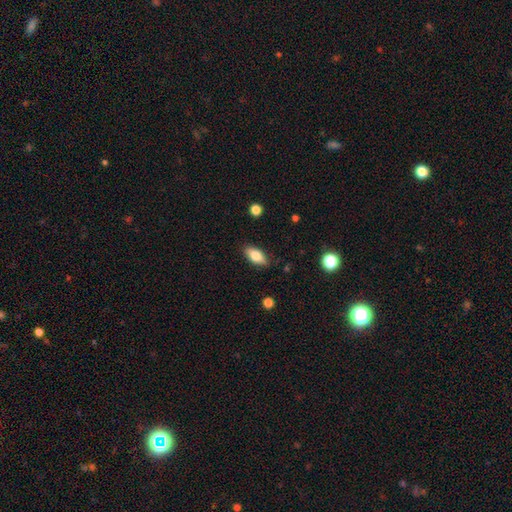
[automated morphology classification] This is likely a smooth galaxy (78%). How rounded: clearly in between (86%). Merging: clearly none (85%).